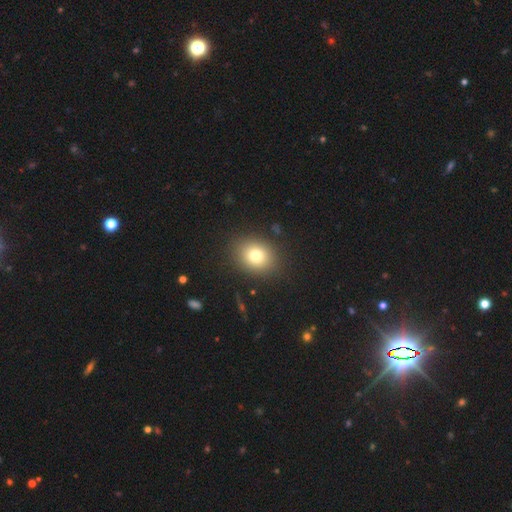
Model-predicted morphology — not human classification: smooth-or-featured: smooth: 78% | star or artifact: 12% | featured or disk: 11%
  how-rounded: round: 56% | in between: 43% | cigar-shaped: 1%
  merging: none: 87% | minor disturbance: 8% | major disturbance: 3% | merger: 1%